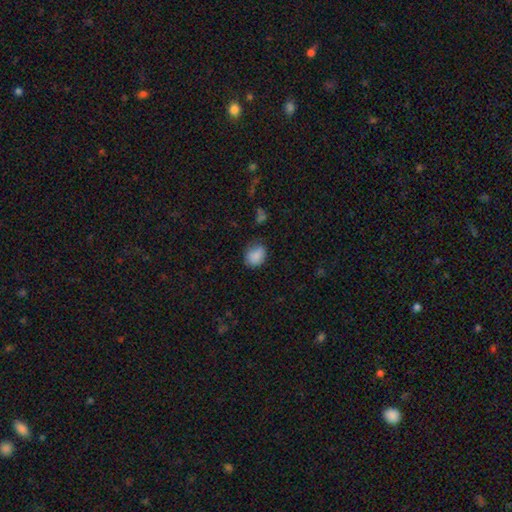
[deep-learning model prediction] smooth 85%, star or artifact 9%, featured or disk 6%. Down the decision tree: how rounded — in between (53%); merging — none (63%).